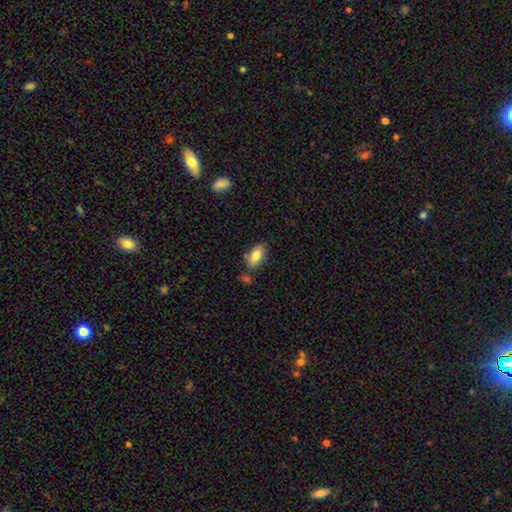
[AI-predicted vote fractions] smooth-or-featured: smooth: 79% | featured or disk: 13% | star or artifact: 7%
  how-rounded: in between: 90% | cigar-shaped: 5% | round: 5%
  merging: none: 72% | minor disturbance: 16% | merger: 9% | major disturbance: 3%